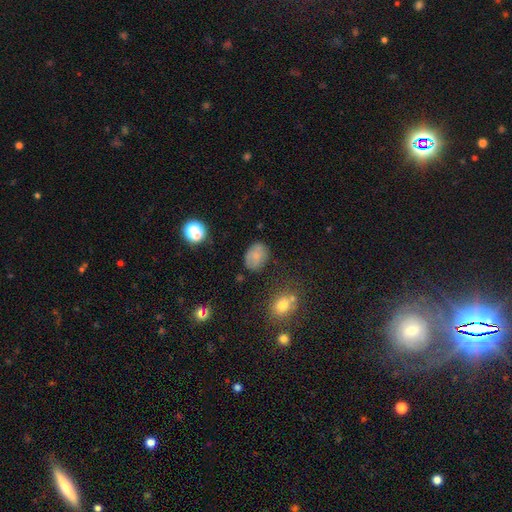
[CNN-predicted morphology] Q: Smooth or featured?
A: smooth (72%); runner-up: featured or disk (17%)
Q: How rounded?
A: in between (72%); runner-up: round (27%)
Q: Merging?
A: none (74%); runner-up: minor disturbance (18%)